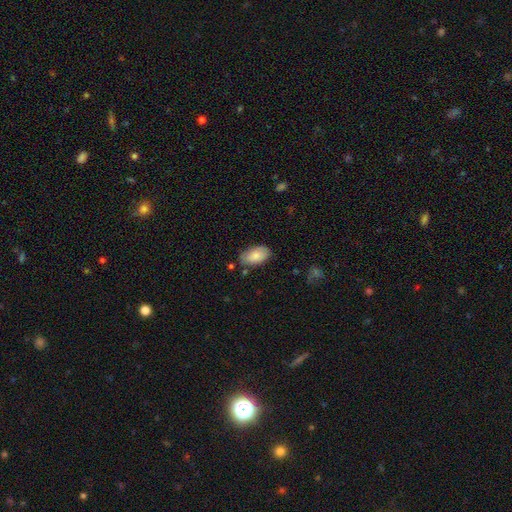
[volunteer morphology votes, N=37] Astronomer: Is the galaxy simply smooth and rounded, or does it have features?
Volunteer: smooth — 76%.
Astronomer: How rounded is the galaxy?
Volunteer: in between — 100%.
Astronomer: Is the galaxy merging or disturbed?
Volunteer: none — 58%.